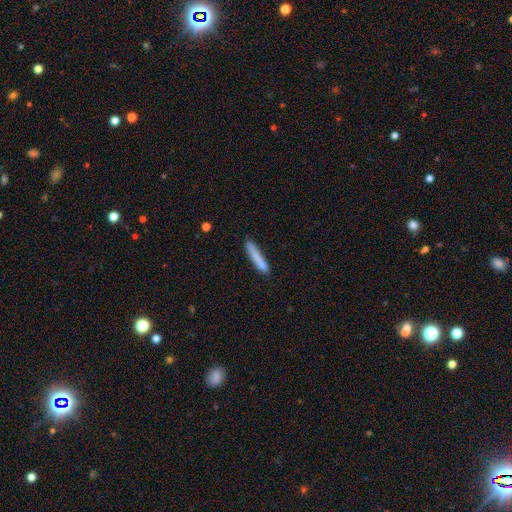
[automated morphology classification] A smooth galaxy with no disk features (80%) that is cigar-shaped (93%).

Vote fractions:
- Smooth or featured? smooth: 80% / featured or disk: 14% / star or artifact: 6%
- How rounded? cigar-shaped: 93% / in between: 6% / round: 1%
- Merging? none: 78% / minor disturbance: 15% / merger: 4% / major disturbance: 3%